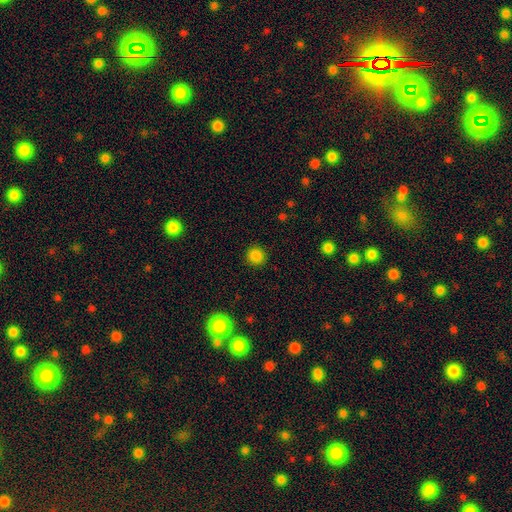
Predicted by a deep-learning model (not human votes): smooth_or_featured: smooth (p=0.84) [alt: star or artifact p=0.13]
how_rounded: round (p=0.93) [alt: in between p=0.06]
merging: none (p=0.91) [alt: minor disturbance p=0.06]